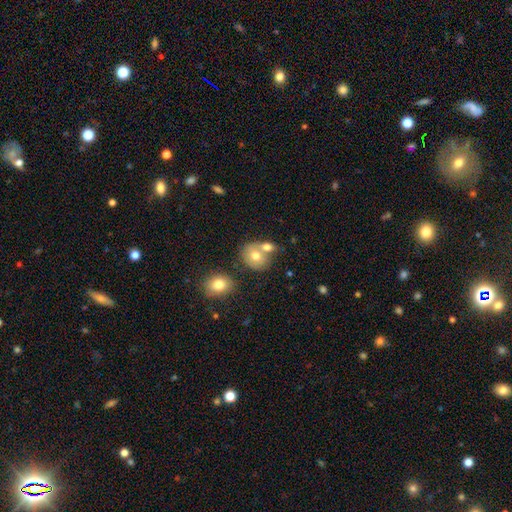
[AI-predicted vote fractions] This appears to be a smooth galaxy with no disk features (71%) that is round (67%). Merging: merger (43%, tied with none).